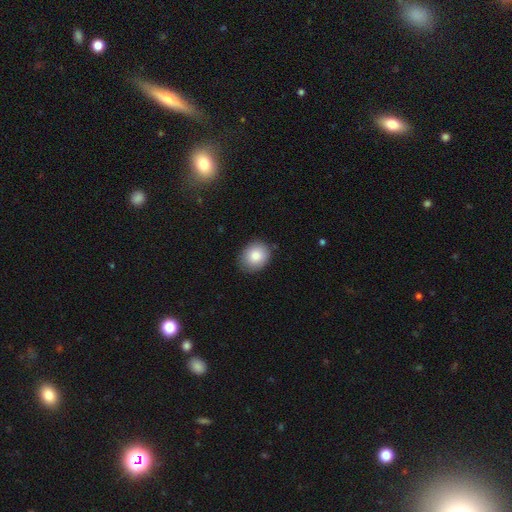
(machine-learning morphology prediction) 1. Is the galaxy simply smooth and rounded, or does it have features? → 85% smooth, 8% star or artifact, 7% featured or disk.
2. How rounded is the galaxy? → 60% round, 39% in between, 1% cigar-shaped.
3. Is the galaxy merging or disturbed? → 85% none, 12% minor disturbance, 2% major disturbance, 1% merger.